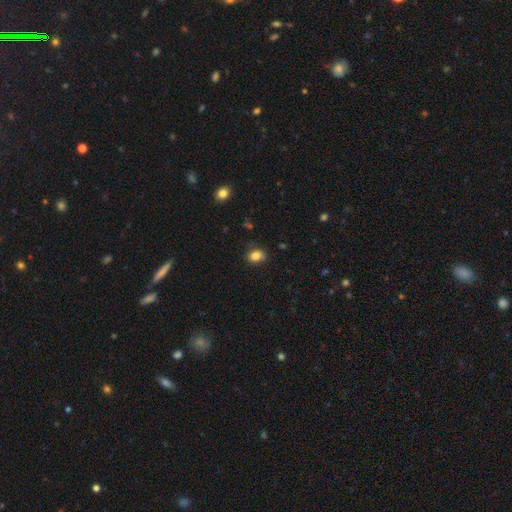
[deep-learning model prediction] This appears to be a smooth galaxy with no disk features (84%) that is in between round and cigar-shaped (64%). Merging: none (78%).